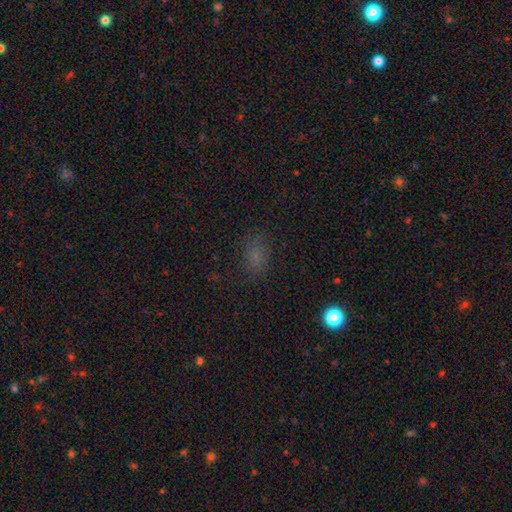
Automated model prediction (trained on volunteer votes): Smooth or featured: smooth — 71% (star or artifact — 21%)
How rounded: in between — 80% (round — 17%)
Merging: none — 80% (minor disturbance — 14%)